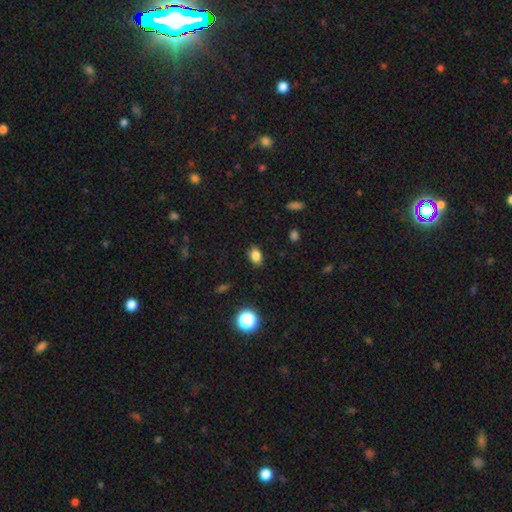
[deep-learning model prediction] Q: Smooth or featured?
A: smooth (83%); runner-up: star or artifact (12%)
Q: How rounded?
A: in between (80%); runner-up: round (18%)
Q: Merging?
A: none (84%); runner-up: minor disturbance (12%)